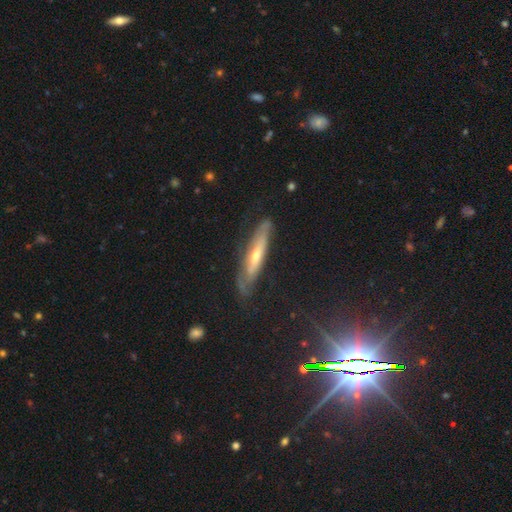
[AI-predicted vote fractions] Smooth or featured: featured or disk — 69% (smooth — 22%)
Edge-on disk: yes — 60% (no — 40%)
Merging: none — 74% (minor disturbance — 19%)